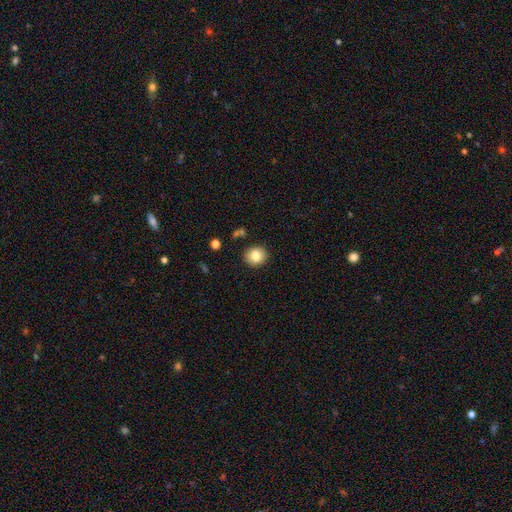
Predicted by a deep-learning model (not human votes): This appears to be a smooth galaxy with no disk features (82%) that is round (85%). Merging: none (89%).